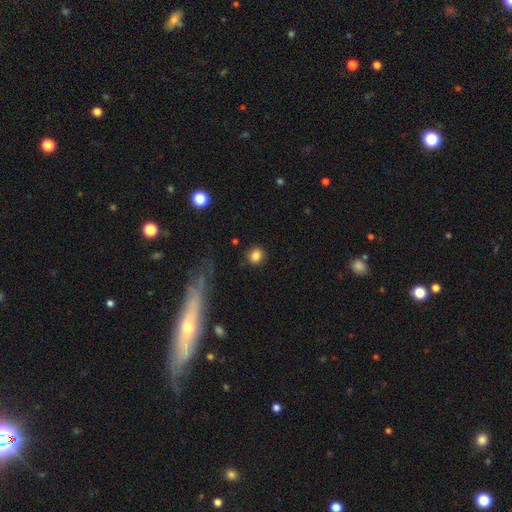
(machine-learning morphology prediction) Smooth or featured? smooth (83%)
How rounded? round (84%)
Merging? none (88%)